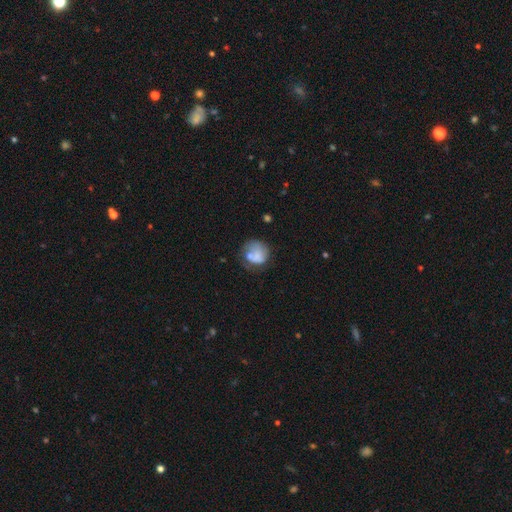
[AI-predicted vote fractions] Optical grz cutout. It shows a smooth galaxy with no disk features (63%) that is round (78%). Merging: none (42%).